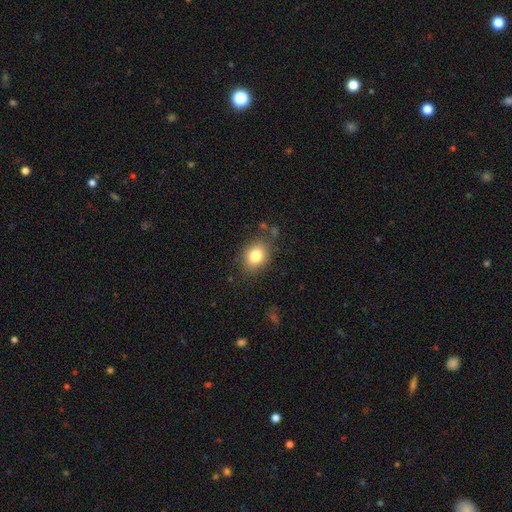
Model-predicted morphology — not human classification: Overall: smooth (80%). How rounded: in between (51%; round 48%). Merging: none (80%).